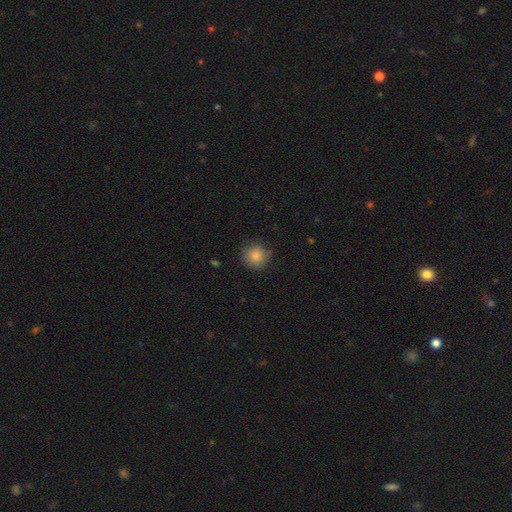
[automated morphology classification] This appears to be a smooth galaxy with no disk features (85%) that is round (93%). Merging: none (85%).